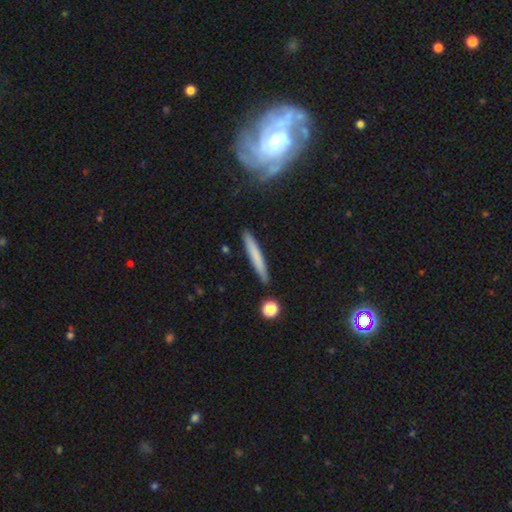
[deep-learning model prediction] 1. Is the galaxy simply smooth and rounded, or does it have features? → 66% smooth, 28% featured or disk, 6% star or artifact.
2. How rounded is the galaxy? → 95% cigar-shaped, 3% in between, 1% round.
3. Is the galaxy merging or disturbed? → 87% none, 8% minor disturbance, 2% merger, 2% major disturbance.